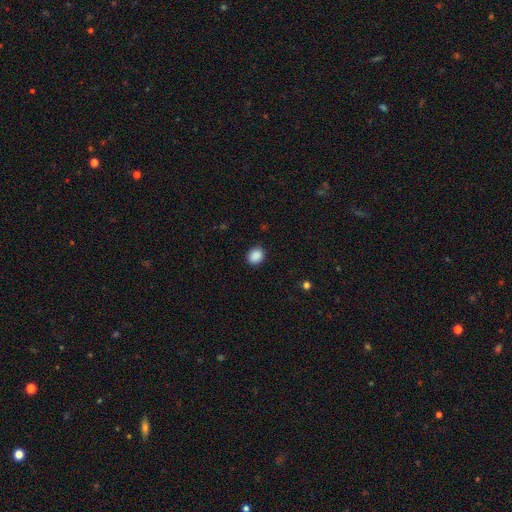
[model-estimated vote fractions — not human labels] smooth_or_featured: smooth (p=0.89) [alt: star or artifact p=0.09]
how_rounded: round (p=0.67) [alt: in between p=0.32]
merging: none (p=0.89) [alt: minor disturbance p=0.08]